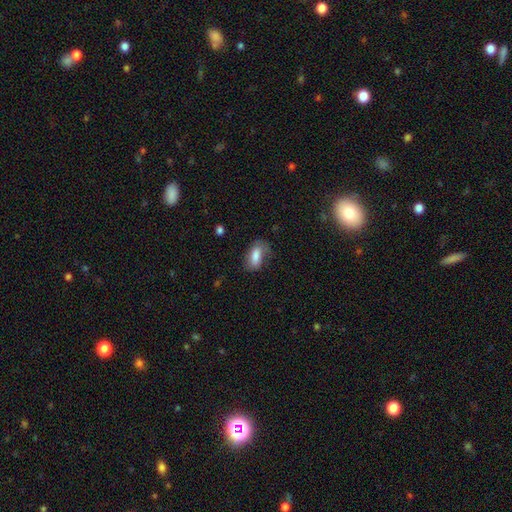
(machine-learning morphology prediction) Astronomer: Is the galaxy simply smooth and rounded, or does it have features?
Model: smooth — 79%.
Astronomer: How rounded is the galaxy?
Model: in between — 88%.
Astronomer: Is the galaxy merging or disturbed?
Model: none — 59%.